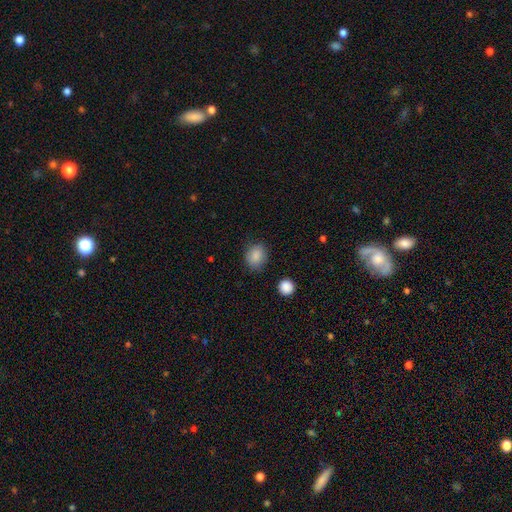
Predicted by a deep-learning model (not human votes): Morphology: type=smooth (87%); roundness=round (59%); merging=none (79%).